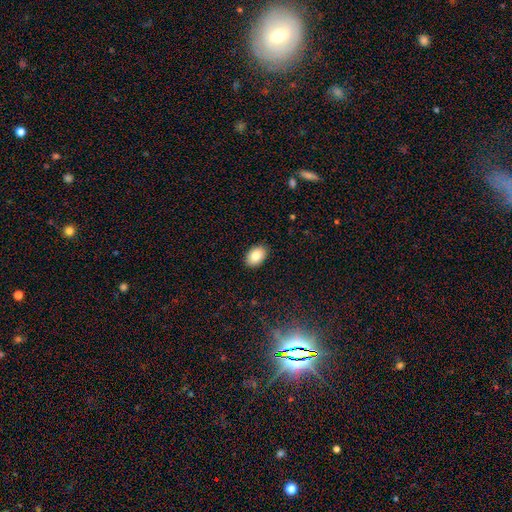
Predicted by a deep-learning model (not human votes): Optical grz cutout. It shows a smooth galaxy with no disk features (84%) that is in between round and cigar-shaped (84%). Merging: none (90%).